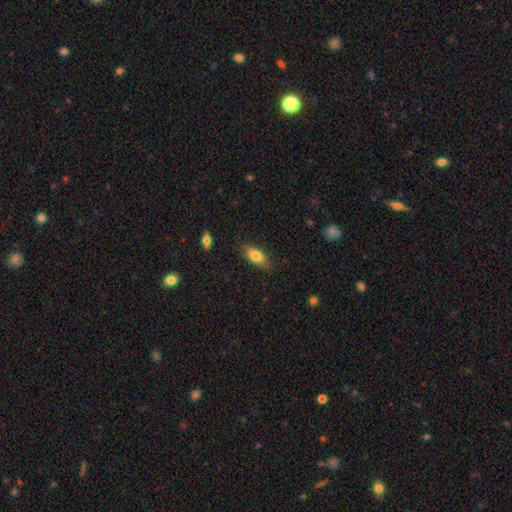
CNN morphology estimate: The model was most divided on "how rounded": in between: 79%, cigar-shaped: 18%, round: 3%. More confident: merging — none (83%); smooth or featured — smooth (79%).